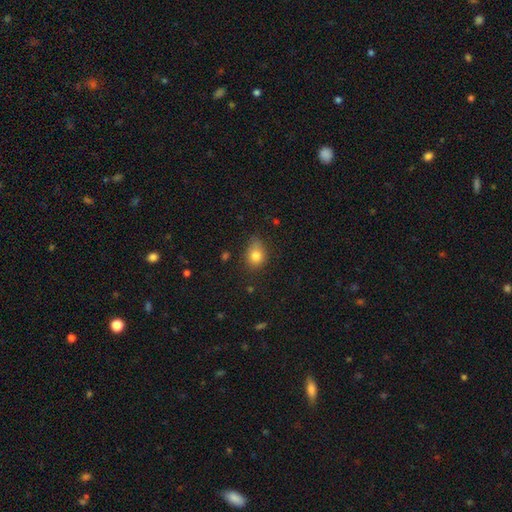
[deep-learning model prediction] A smooth galaxy with no disk features (81%) that is in between round and cigar-shaped (54%). Merging: none (62%).